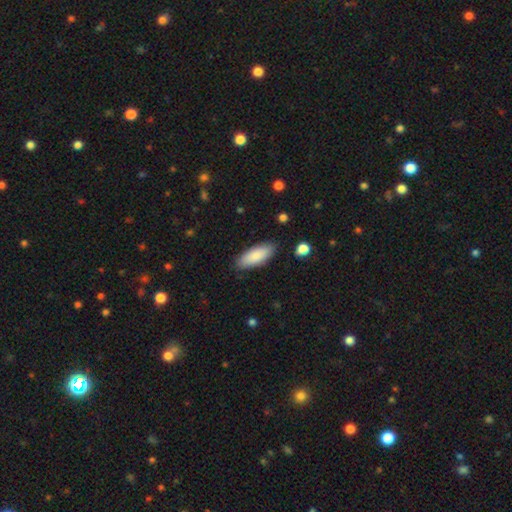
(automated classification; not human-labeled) This is clearly a smooth galaxy (85%). How rounded: likely in between (75%). Merging: clearly none (85%).